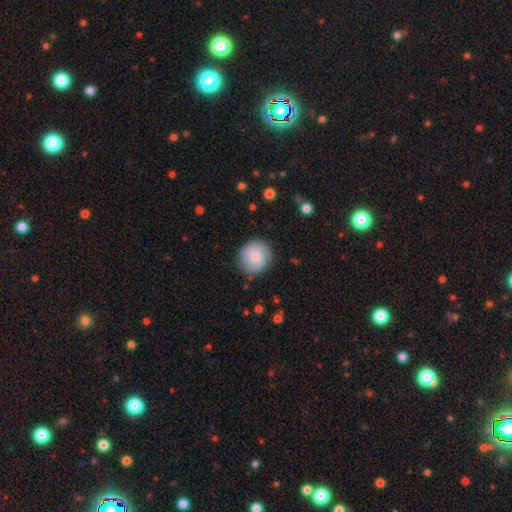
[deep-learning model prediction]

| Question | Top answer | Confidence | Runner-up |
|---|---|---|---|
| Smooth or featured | smooth | 72% | featured or disk (21%) |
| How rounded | round | 92% | in between (7%) |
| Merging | none | 81% | minor disturbance (14%) |